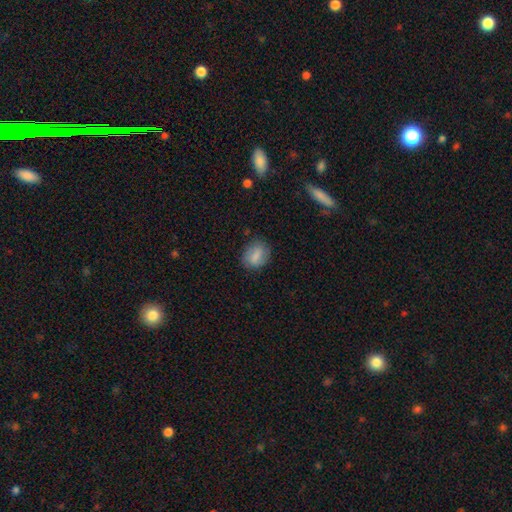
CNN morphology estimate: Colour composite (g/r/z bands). It shows a smooth galaxy with no disk features (78%) that is in between round and cigar-shaped (57%). Merging: none (77%).